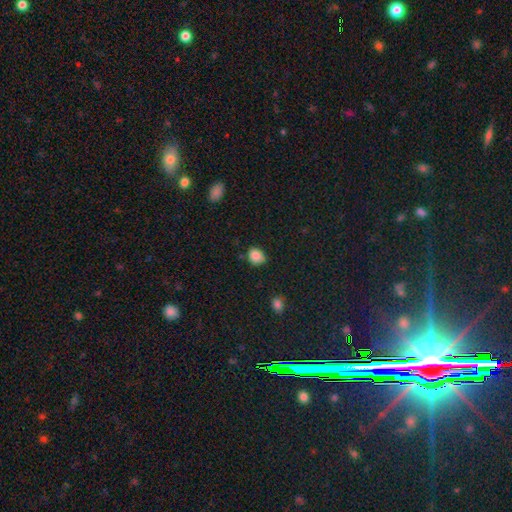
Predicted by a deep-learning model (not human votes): A smooth galaxy with no disk features (85%) that is round (58%). Merging: none (69%).